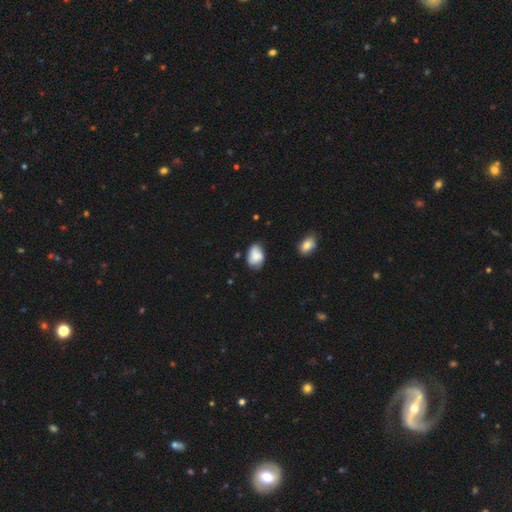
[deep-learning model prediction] A smooth galaxy with no disk features (79%) that is in between round and cigar-shaped (82%). Merging: none (60%).